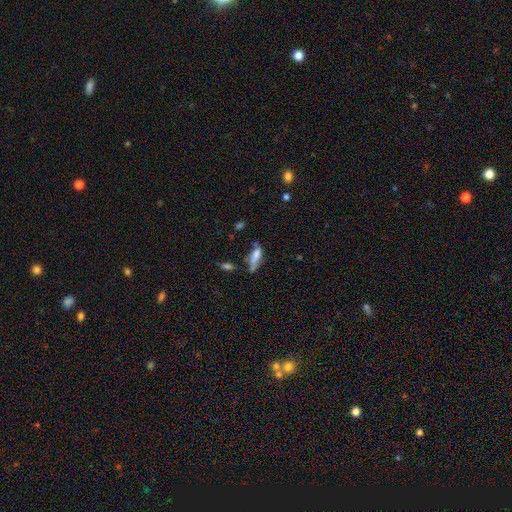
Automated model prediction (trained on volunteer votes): Smooth or featured?
  - smooth: 69% *
  - featured or disk: 20%
  - star or artifact: 10%
How rounded?
  - in between: 61% *
  - cigar-shaped: 37%
  - round: 2%
Merging?
  - none: 36% *
  - minor disturbance: 28%
  - merger: 19%
  - major disturbance: 17%